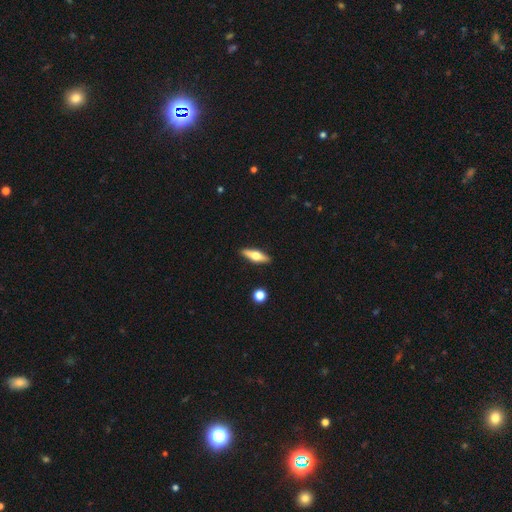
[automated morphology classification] A featured or disk galaxy (53%) viewed edge-on (92%).

Vote fractions:
- Smooth or featured? featured or disk: 53% / smooth: 41% / star or artifact: 6%
- Edge-on disk? yes: 92% / no: 8%
- Merging? none: 90% / minor disturbance: 7% / major disturbance: 2% / merger: 2%